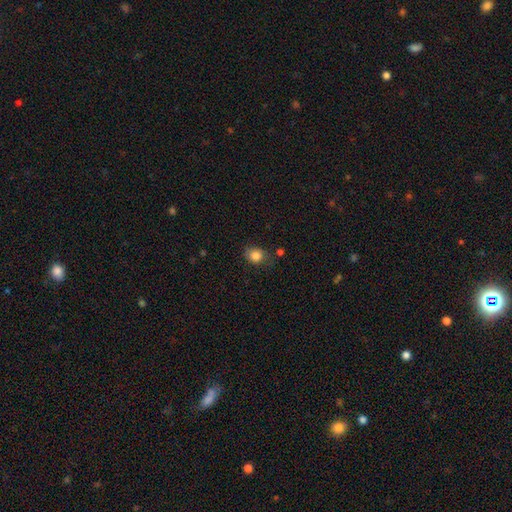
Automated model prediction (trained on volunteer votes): Smooth or featured? Predicted: smooth (p=0.83). How rounded? Predicted: round (p=0.58). Merging? Predicted: none (p=0.68).